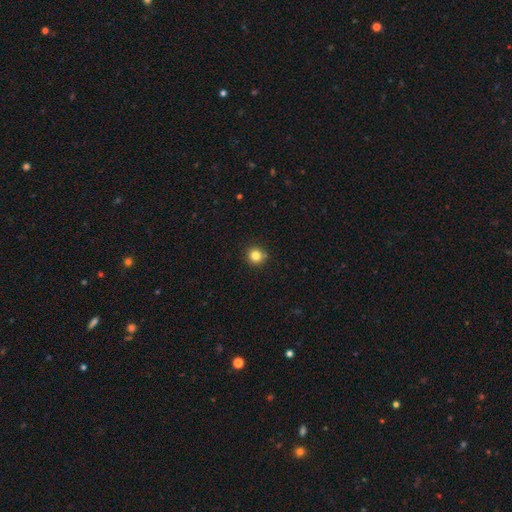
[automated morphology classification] This is clearly a smooth galaxy (83%). How rounded: clearly round (94%). Merging: clearly none (88%).